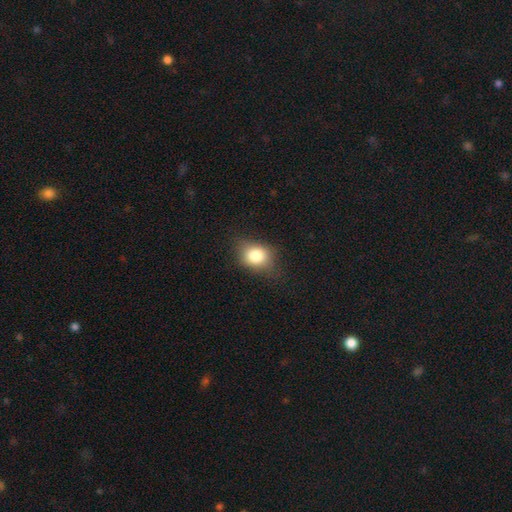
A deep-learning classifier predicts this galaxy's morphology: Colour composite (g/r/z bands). It shows a smooth galaxy with no disk features (80%) that is in between round and cigar-shaped (52%). Merging: none (69%).